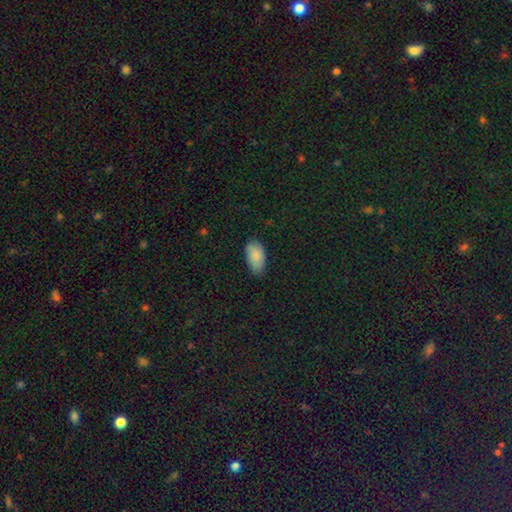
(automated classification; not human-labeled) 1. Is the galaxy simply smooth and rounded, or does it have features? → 86% smooth, 8% featured or disk, 7% star or artifact.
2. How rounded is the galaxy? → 95% in between, 3% round, 2% cigar-shaped.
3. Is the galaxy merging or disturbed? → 72% none, 24% minor disturbance, 4% major disturbance, 1% merger.